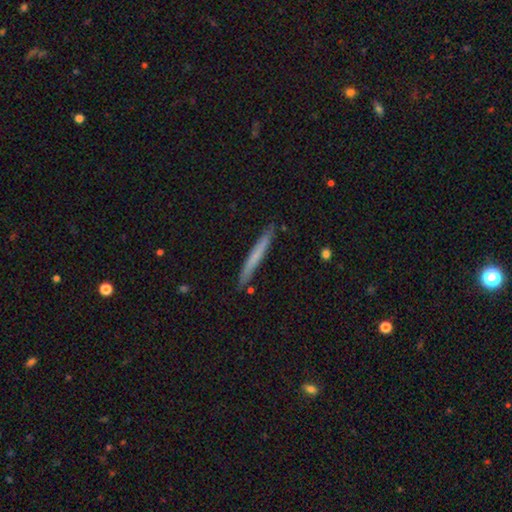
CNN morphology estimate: Overall: smooth (64%; featured or disk 31%). How rounded: cigar-shaped (97%). Merging: none (89%).